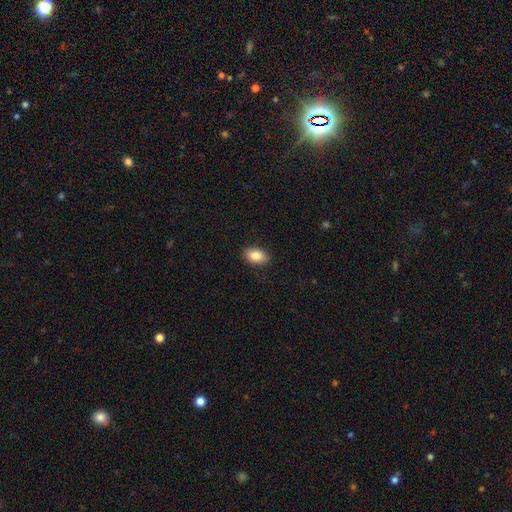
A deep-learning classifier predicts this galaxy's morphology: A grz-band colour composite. It shows a smooth galaxy with no disk features (85%) that is in between round and cigar-shaped (89%). Merging: none (89%).